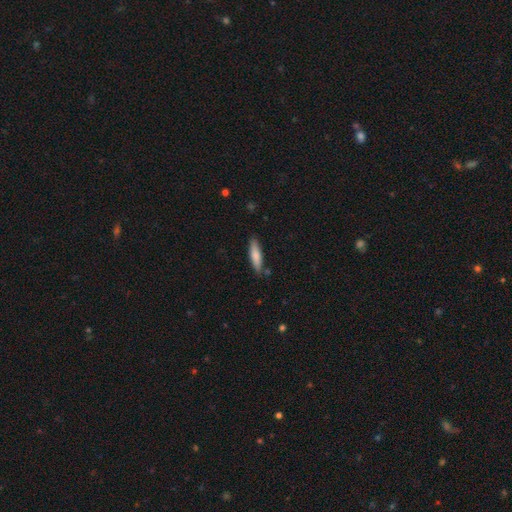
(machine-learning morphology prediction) smooth-or-featured: smooth: 78% | featured or disk: 16% | star or artifact: 6%
  how-rounded: cigar-shaped: 72% | in between: 27% | round: 1%
  merging: none: 83% | minor disturbance: 12% | merger: 3% | major disturbance: 2%